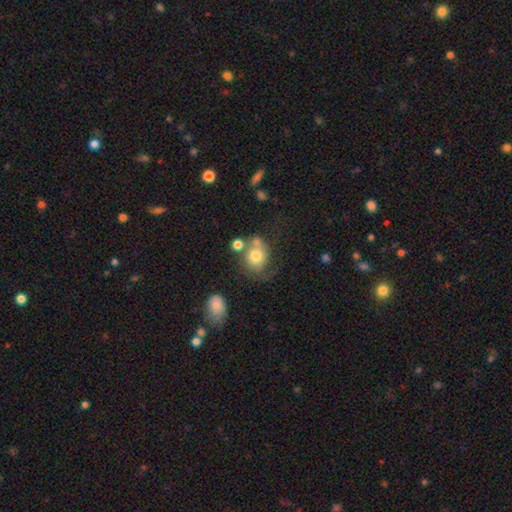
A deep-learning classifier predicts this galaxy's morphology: This is likely a smooth galaxy (70%). How rounded: likely round (66%). Merging: marginally none (39%).